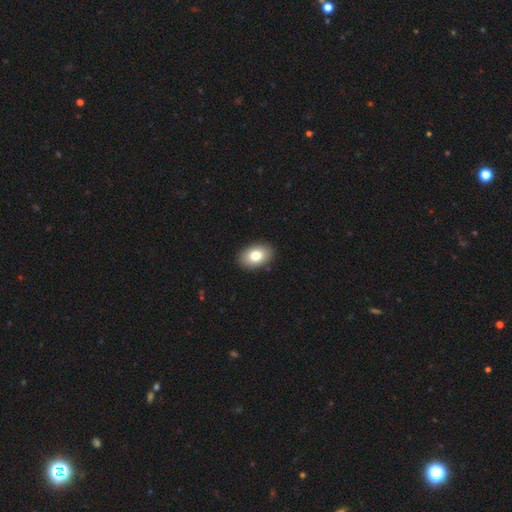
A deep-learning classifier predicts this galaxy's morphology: smooth-or-featured: smooth: 81% | featured or disk: 12% | star or artifact: 8%
  how-rounded: in between: 88% | round: 11% | cigar-shaped: 1%
  merging: none: 90% | minor disturbance: 7% | major disturbance: 2% | merger: 1%